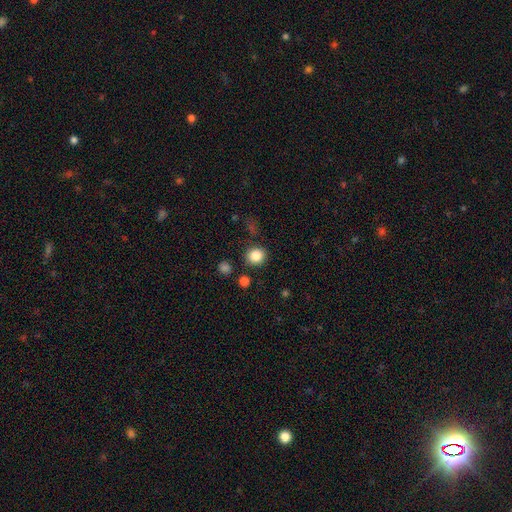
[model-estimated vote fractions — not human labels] The model was most divided on "how rounded": round: 85%, in between: 14%, cigar-shaped: 1%. More confident: smooth or featured — smooth (85%); merging — none (85%).